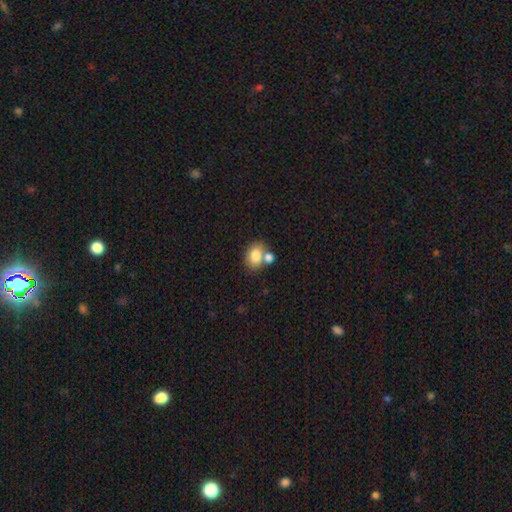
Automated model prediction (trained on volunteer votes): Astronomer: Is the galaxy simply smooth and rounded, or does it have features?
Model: smooth — 80%.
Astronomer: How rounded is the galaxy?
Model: in between — 56% (runner-up: round, 43%).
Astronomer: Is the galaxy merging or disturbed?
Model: none — 52% (runner-up: merger, 33%).